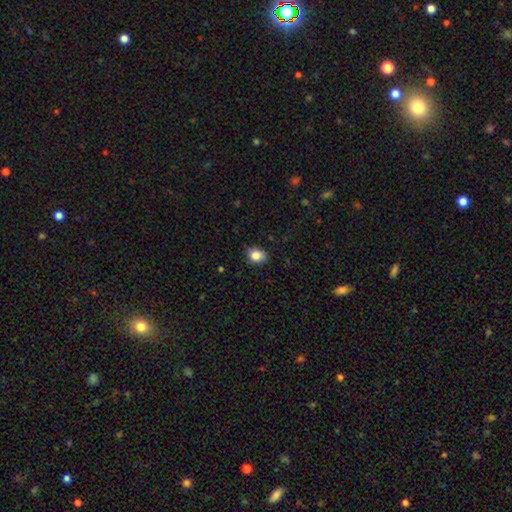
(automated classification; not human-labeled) Smooth or featured? Predicted: smooth (p=0.85). How rounded? Predicted: round (p=0.57). Merging? Predicted: none (p=0.80).